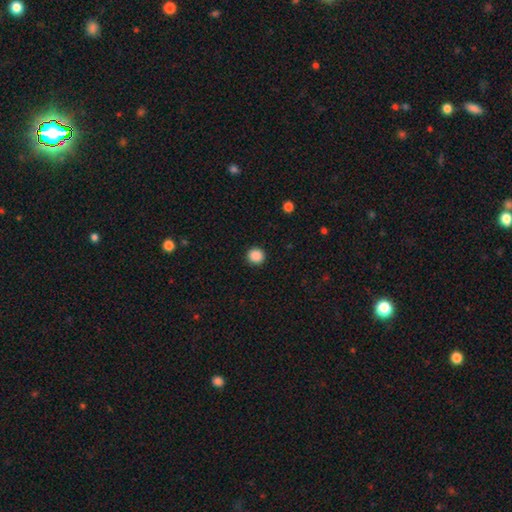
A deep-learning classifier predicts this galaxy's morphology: Smooth or featured? Predicted: smooth (p=0.88). How rounded? Predicted: round (p=0.93). Merging? Predicted: none (p=0.92).